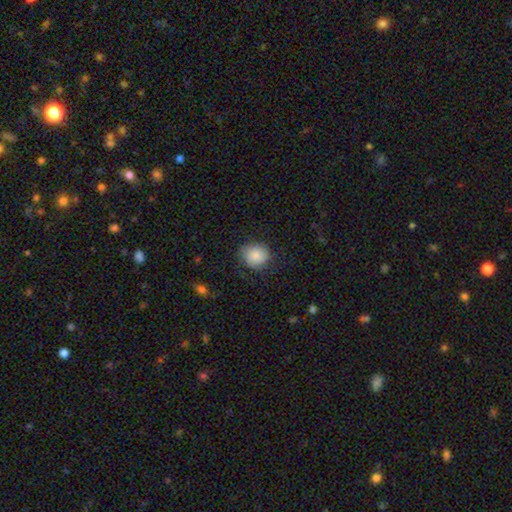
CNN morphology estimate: This is clearly a smooth galaxy (82%). How rounded: likely round (78%). Merging: likely none (71%).